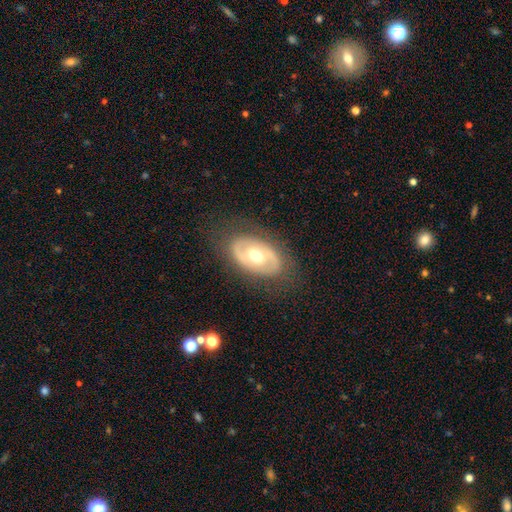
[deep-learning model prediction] Smooth or featured? featured or disk (64%)
Edge-on disk? no (92%)
Bar? no (63%)
Spiral arms? no (63%)
Bulge size? moderate (73%)
Merging? none (80%)